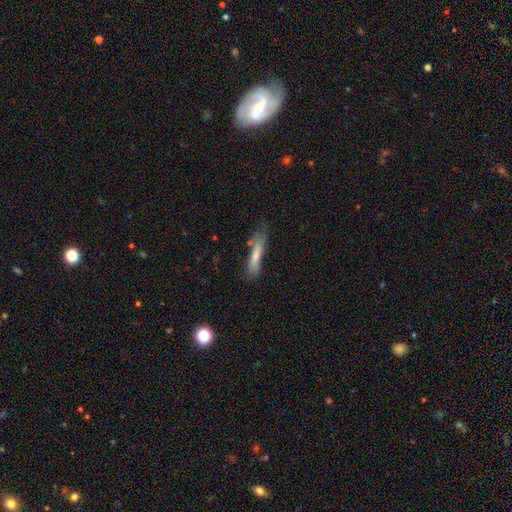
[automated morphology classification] This appears to be a smooth galaxy with no disk features (70%) that is cigar-shaped (85%). Merging: none (55%).